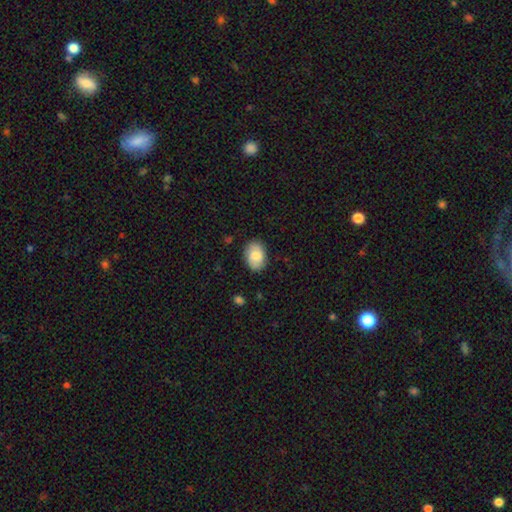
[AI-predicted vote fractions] smooth_or_featured: smooth (p=0.80) [alt: featured or disk p=0.13]
how_rounded: in between (p=0.81) [alt: round p=0.18]
merging: none (p=0.85) [alt: minor disturbance p=0.11]